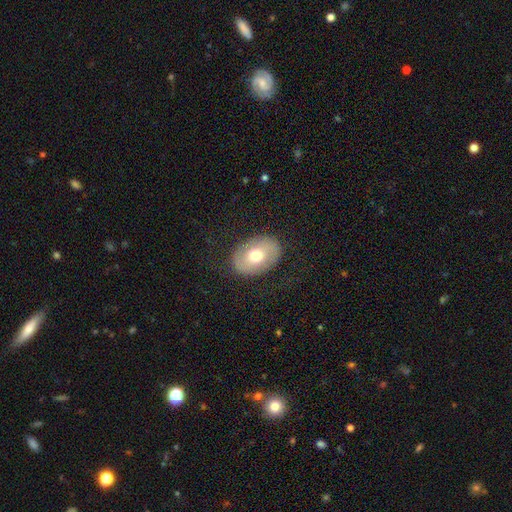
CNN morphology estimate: A smooth galaxy with no disk features (61%) that is in between round and cigar-shaped (78%).

Vote fractions:
- Smooth or featured? smooth: 61% / featured or disk: 32% / star or artifact: 7%
- How rounded? in between: 78% / round: 21% / cigar-shaped: 1%
- Merging? none: 84% / minor disturbance: 11% / major disturbance: 5% / merger: 1%